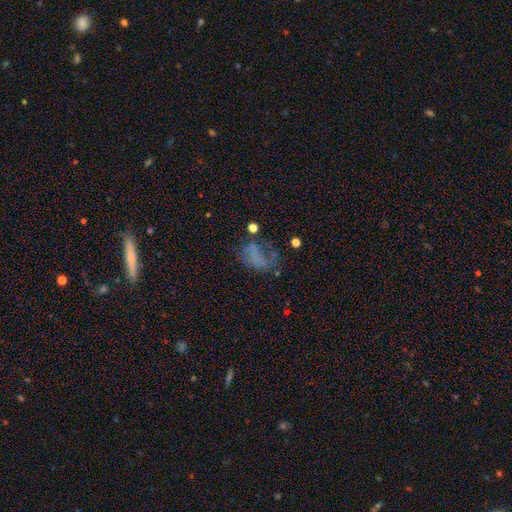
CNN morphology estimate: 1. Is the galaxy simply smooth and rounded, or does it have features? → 47% smooth, 32% featured or disk, 21% star or artifact.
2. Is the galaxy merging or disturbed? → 40% major disturbance, 31% none, 21% minor disturbance, 8% merger.